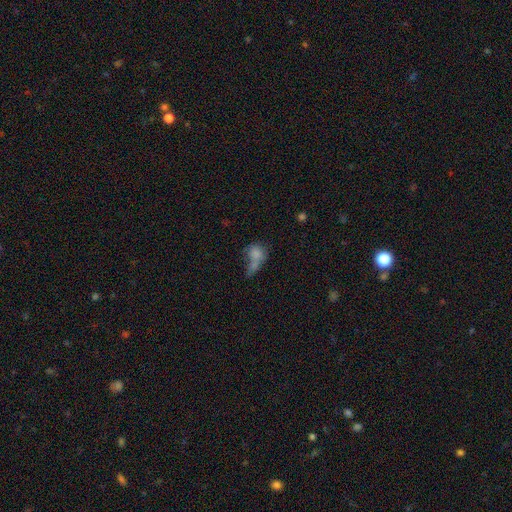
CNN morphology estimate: Q: Smooth or featured?
A: smooth (74%); runner-up: featured or disk (15%)
Q: How rounded?
A: round (49%); runner-up: in between (48%)
Q: Merging?
A: merger (49%); runner-up: none (23%)